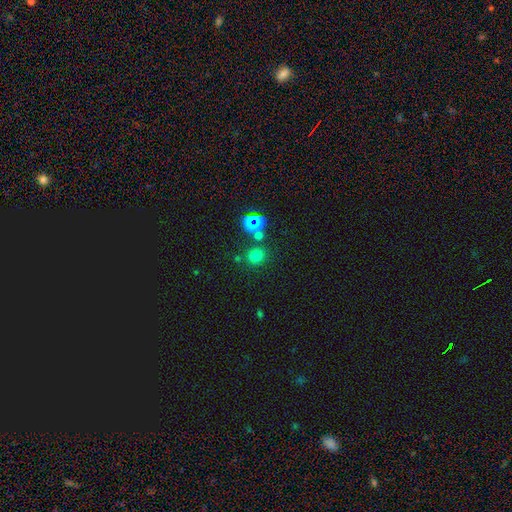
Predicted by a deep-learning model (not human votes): Smooth or featured?
  - smooth: 69% *
  - star or artifact: 25%
  - featured or disk: 6%
How rounded?
  - round: 77% *
  - in between: 21%
  - cigar-shaped: 1%
Merging?
  - none: 78% *
  - merger: 9%
  - minor disturbance: 9%
  - major disturbance: 4%